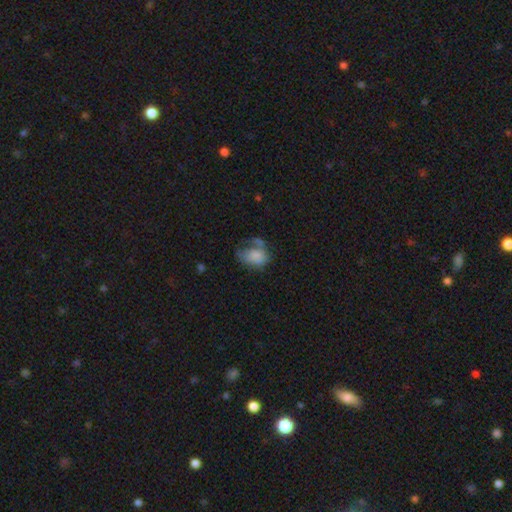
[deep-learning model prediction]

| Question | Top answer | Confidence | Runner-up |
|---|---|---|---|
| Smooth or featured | smooth | 67% | featured or disk (24%) |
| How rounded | in between | 76% | round (23%) |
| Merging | major disturbance | 35% | none (27%) |